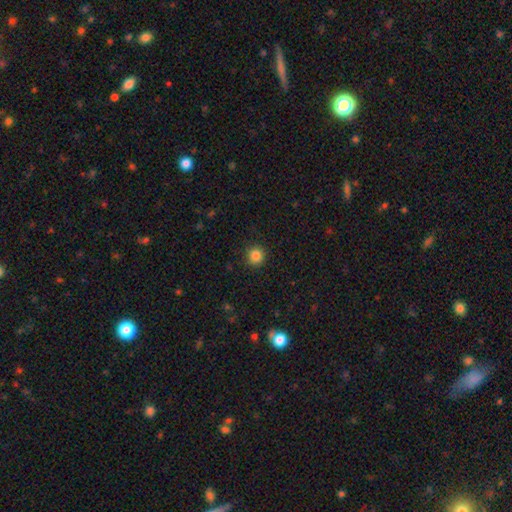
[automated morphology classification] Smooth or featured?
  - smooth: 85% *
  - star or artifact: 11%
  - featured or disk: 4%
How rounded?
  - round: 93% *
  - in between: 6%
  - cigar-shaped: 1%
Merging?
  - none: 90% *
  - minor disturbance: 7%
  - major disturbance: 2%
  - merger: 1%